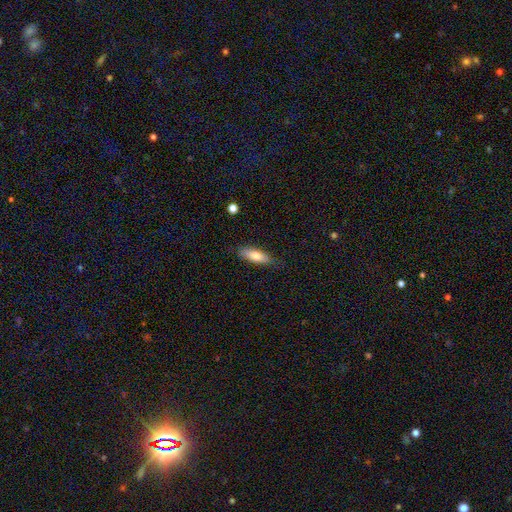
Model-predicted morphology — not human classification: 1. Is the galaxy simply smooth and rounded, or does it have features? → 75% smooth, 18% featured or disk, 6% star or artifact.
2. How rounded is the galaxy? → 54% in between, 44% cigar-shaped, 2% round.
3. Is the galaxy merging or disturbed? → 82% none, 14% minor disturbance, 3% major disturbance, 1% merger.